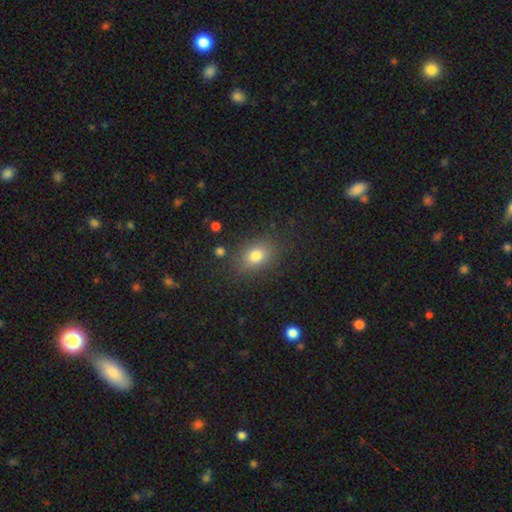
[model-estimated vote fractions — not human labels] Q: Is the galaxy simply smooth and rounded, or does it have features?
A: smooth — 79%.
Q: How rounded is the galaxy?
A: in between — 68%.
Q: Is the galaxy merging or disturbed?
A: none — 81%.